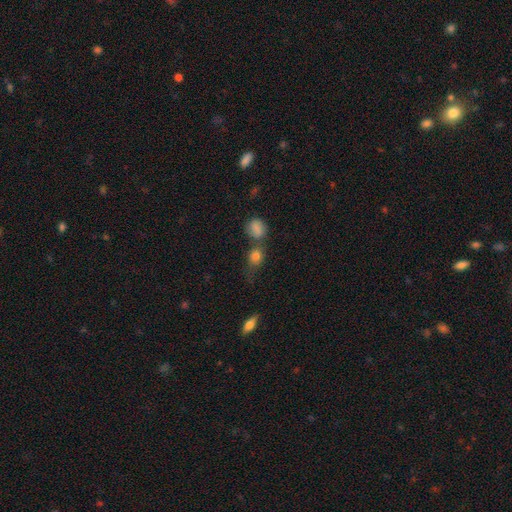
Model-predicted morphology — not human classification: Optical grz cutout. It shows a smooth galaxy with no disk features (73%) that is round (65%). Merging: none (50%).